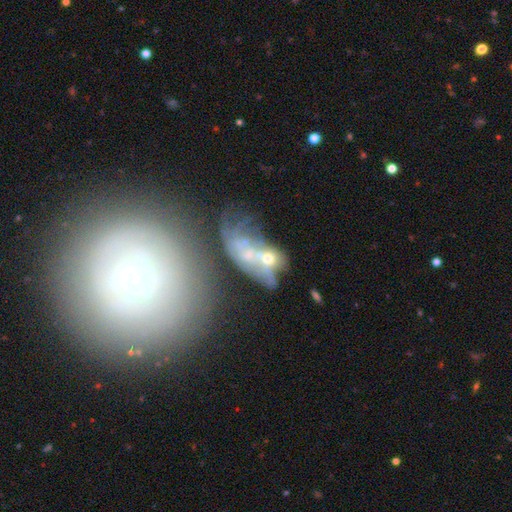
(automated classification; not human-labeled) Morphology: type=featured or disk (52%); edge-on=no (93%); merging=merger (42%).